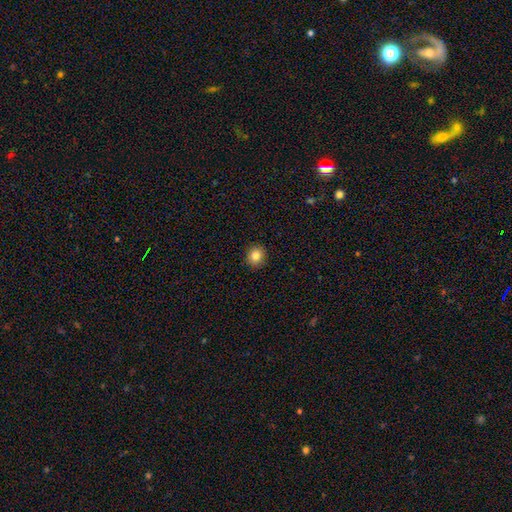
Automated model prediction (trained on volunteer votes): Morphology: type=smooth (83%); roundness=round (82%); merging=none (92%).